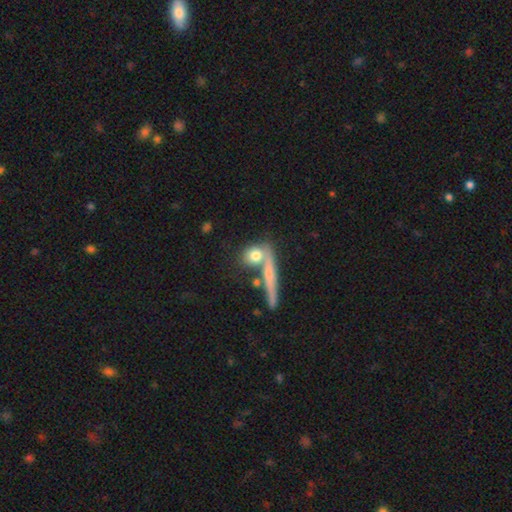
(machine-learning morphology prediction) Q: Smooth or featured?
A: smooth (71%); runner-up: featured or disk (20%)
Q: How rounded?
A: round (59%); runner-up: in between (26%)
Q: Merging?
A: none (54%); runner-up: merger (27%)